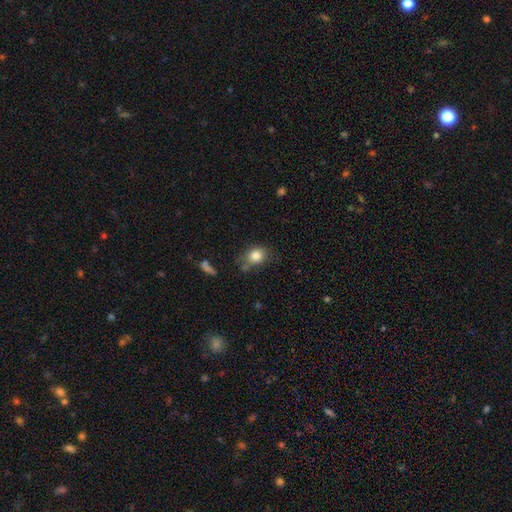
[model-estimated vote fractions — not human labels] A smooth galaxy with no disk features (82%) that is round (56%). Merging: none (63%).